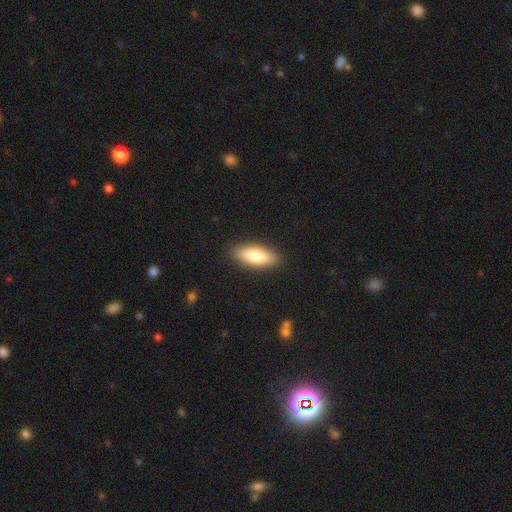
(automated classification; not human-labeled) Morphology: type=smooth (77%); roundness=in between (64%); merging=none (89%).